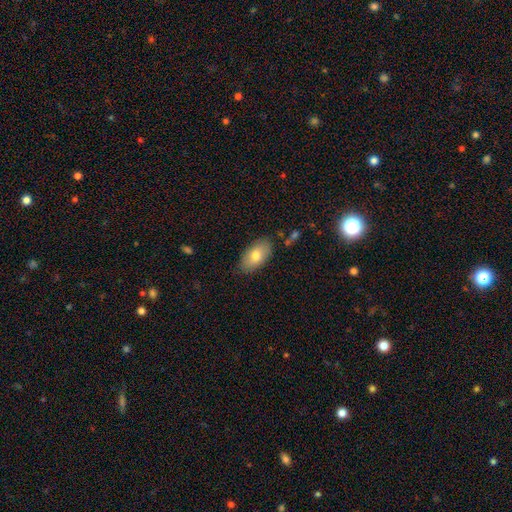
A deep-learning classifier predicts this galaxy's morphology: Smooth or featured?
  - smooth: 77% *
  - featured or disk: 17%
  - star or artifact: 7%
How rounded?
  - in between: 93% *
  - round: 4%
  - cigar-shaped: 3%
Merging?
  - none: 83% *
  - minor disturbance: 12%
  - major disturbance: 3%
  - merger: 2%